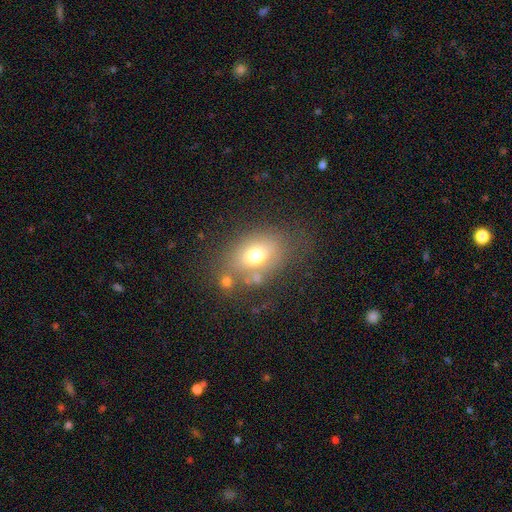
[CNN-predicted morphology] type=smooth (68%); roundness=in between (73%); merging=none (63%).